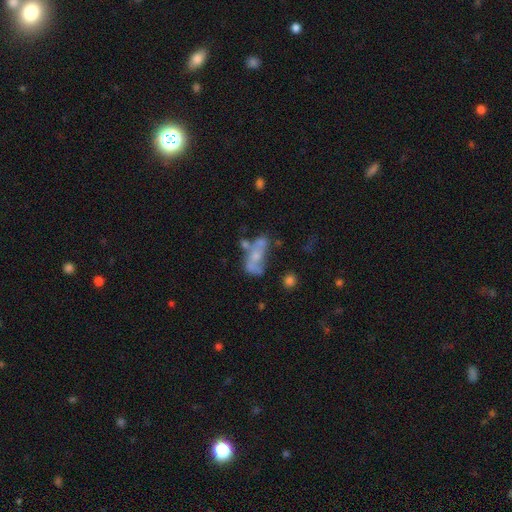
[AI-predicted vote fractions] Smooth or featured: featured or disk — 50% (smooth — 36%)
Edge-on disk: no — 93% (yes — 7%)
Merging: merger — 40% (none — 24%)